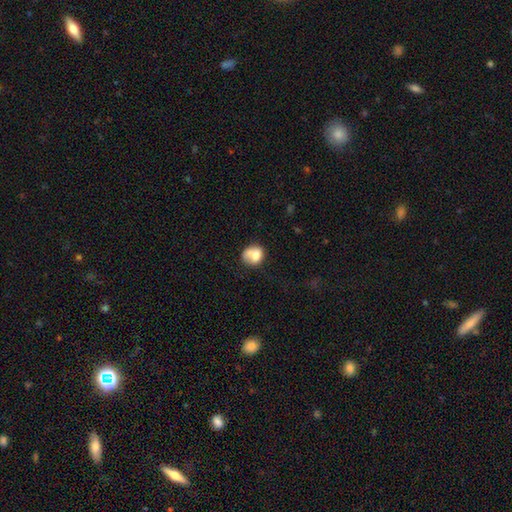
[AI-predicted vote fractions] Smooth or featured: smooth — 70% (featured or disk — 22%)
How rounded: round — 59% (in between — 40%)
Merging: none — 37% (merger — 26%)